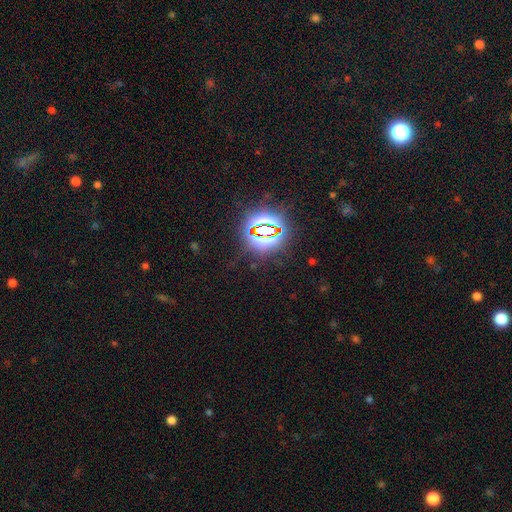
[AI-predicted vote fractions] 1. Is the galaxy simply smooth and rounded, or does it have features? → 83% star or artifact, 12% smooth, 6% featured or disk.